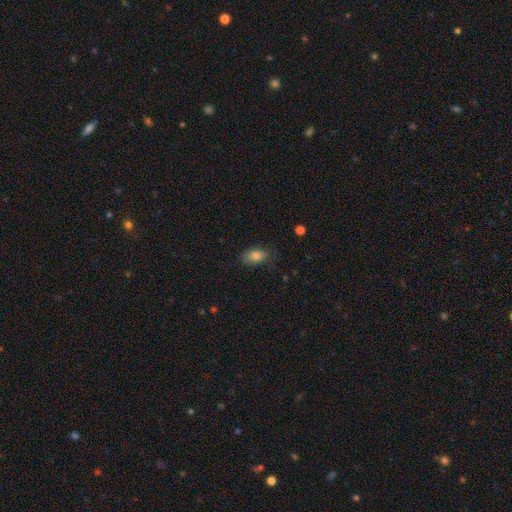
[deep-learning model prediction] This is clearly a smooth galaxy (82%). How rounded: clearly in between (88%). Merging: likely none (74%).